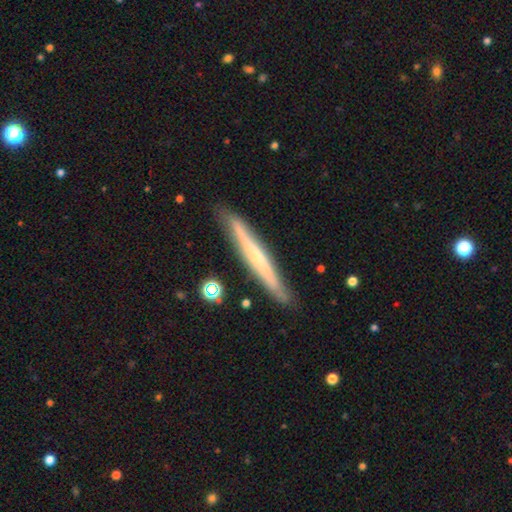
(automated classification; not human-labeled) Q: Smooth or featured?
A: featured or disk (59%); runner-up: smooth (36%)
Q: Edge-on disk?
A: yes (93%); runner-up: no (7%)
Q: Edge-on bulge?
A: none (55%); runner-up: rounded (39%)
Q: Merging?
A: none (85%); runner-up: minor disturbance (11%)